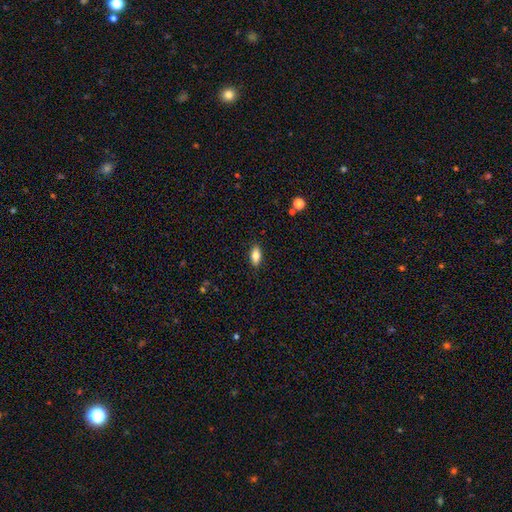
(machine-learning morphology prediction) Overall: smooth (80%). How rounded: in between (88%). Merging: none (88%).